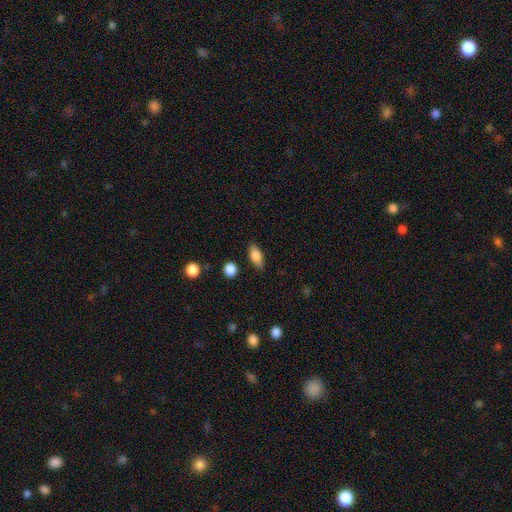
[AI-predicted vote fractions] A smooth galaxy with no disk features (82%) that is in between round and cigar-shaped (82%).

Vote fractions:
- Smooth or featured? smooth: 82% / featured or disk: 10% / star or artifact: 8%
- How rounded? in between: 82% / cigar-shaped: 12% / round: 7%
- Merging? none: 81% / minor disturbance: 14% / major disturbance: 3% / merger: 2%